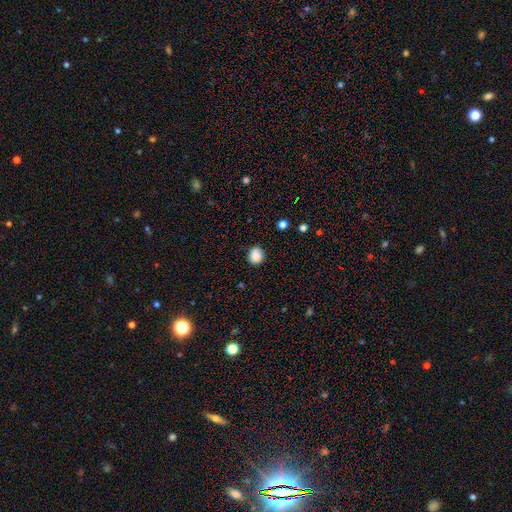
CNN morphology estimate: A smooth galaxy with no disk features (85%) that is round (80%). Merging: none (81%).